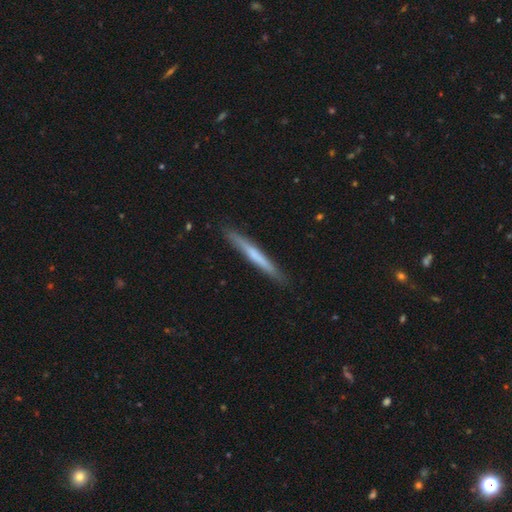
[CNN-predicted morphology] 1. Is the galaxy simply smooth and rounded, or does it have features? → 54% smooth, 40% featured or disk, 6% star or artifact.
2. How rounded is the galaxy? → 97% cigar-shaped, 2% in between, 1% round.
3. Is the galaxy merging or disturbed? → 90% none, 7% minor disturbance, 1% major disturbance, 1% merger.